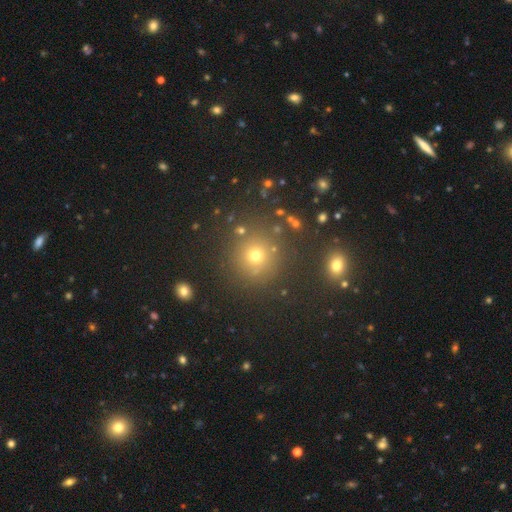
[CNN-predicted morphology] smooth 65%, star or artifact 26%, featured or disk 9%. Down the decision tree: how rounded — round (93%); merging — none (85%).